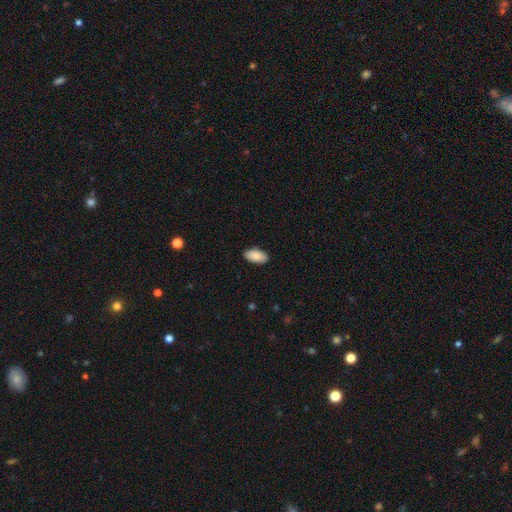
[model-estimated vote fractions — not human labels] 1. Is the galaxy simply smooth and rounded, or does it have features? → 88% smooth, 6% star or artifact, 6% featured or disk.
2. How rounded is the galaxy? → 95% in between, 3% cigar-shaped, 2% round.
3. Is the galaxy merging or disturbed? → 89% none, 9% minor disturbance, 2% major disturbance, 1% merger.